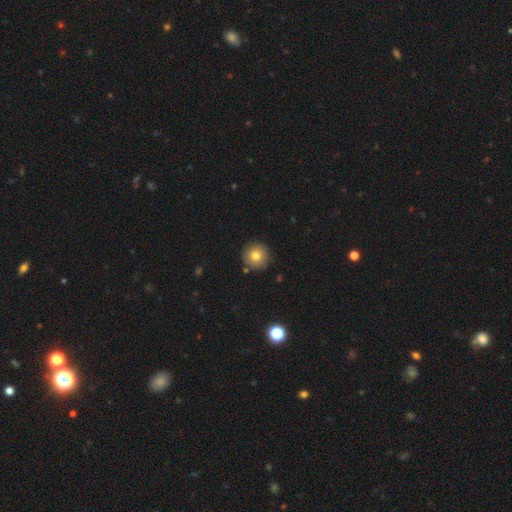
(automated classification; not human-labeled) The model was most divided on "smooth or featured": smooth: 78%, featured or disk: 12%, star or artifact: 11%. More confident: how rounded — round (95%); merging — none (87%).